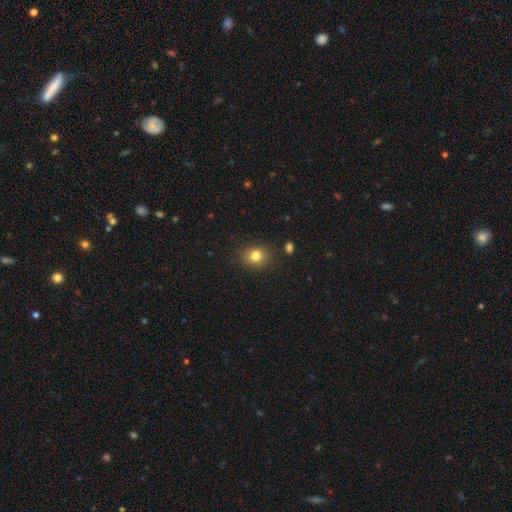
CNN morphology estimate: This appears to be a smooth galaxy with no disk features (81%) that is round (65%). Merging: none (82%).